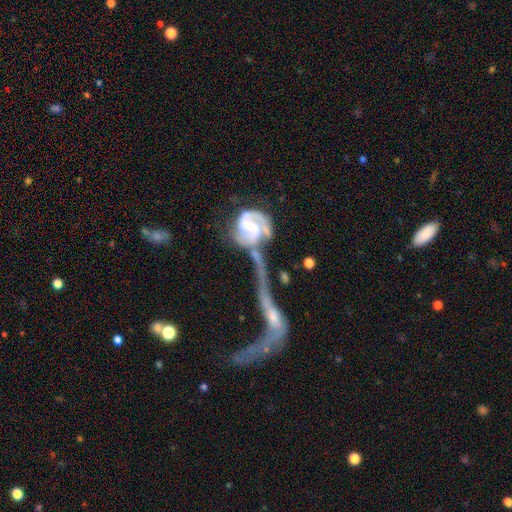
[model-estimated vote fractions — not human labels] Smooth or featured? Predicted: featured or disk (p=0.83). Edge-on disk? Predicted: no (p=0.94). Bar? Predicted: weak (p=0.40, tied with no). Spiral arms? Predicted: yes (p=0.89). Spiral winding? Predicted: medium (p=0.35). Spiral arm count? Predicted: 2 (p=0.75). Bulge size? Predicted: small (p=0.44). Merging? Predicted: merger (p=0.62).